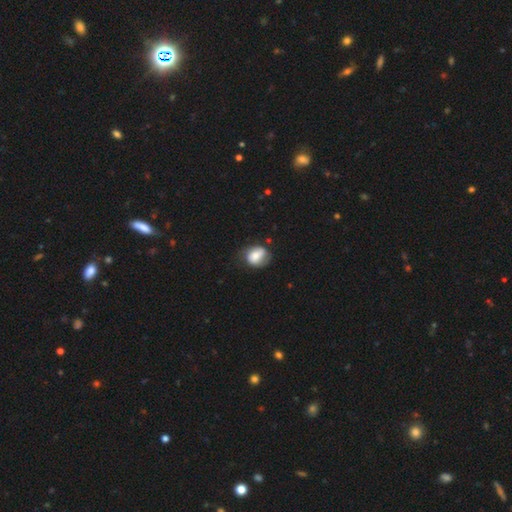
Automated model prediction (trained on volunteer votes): This appears to be a smooth galaxy with no disk features (69%) that is in between round and cigar-shaped (56%). Merging: none (55%).